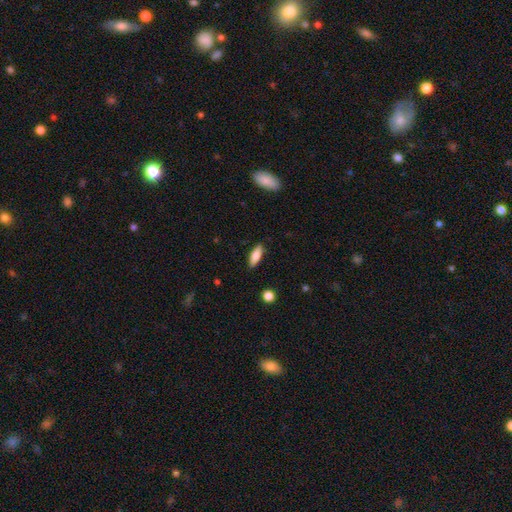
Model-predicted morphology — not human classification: Smooth or featured?
  - smooth: 80% *
  - featured or disk: 14%
  - star or artifact: 6%
How rounded?
  - in between: 62% *
  - cigar-shaped: 36%
  - round: 2%
Merging?
  - none: 87% *
  - minor disturbance: 9%
  - major disturbance: 2%
  - merger: 1%